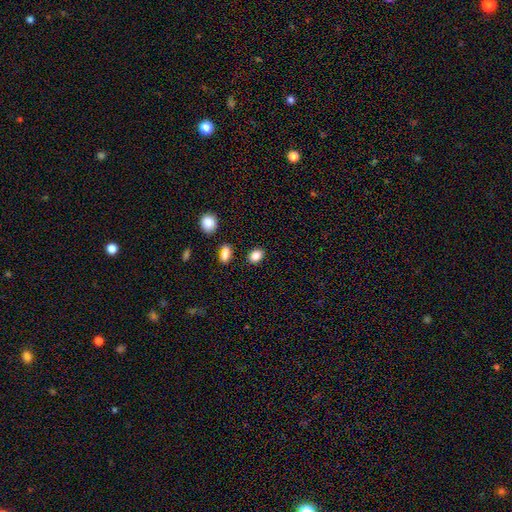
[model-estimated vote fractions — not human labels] A smooth galaxy with no disk features (86%) that is in between round and cigar-shaped (66%). Merging: none (87%).